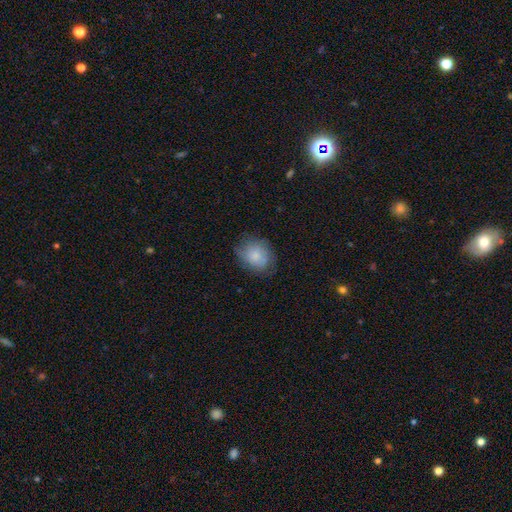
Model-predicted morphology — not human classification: This appears to be a smooth galaxy with no disk features (77%) that is round (50%). Merging: none (70%).